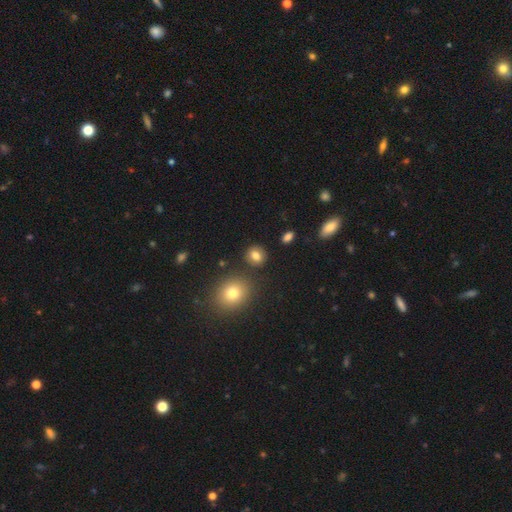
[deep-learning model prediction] Smooth or featured?
  - smooth: 80% *
  - star or artifact: 11%
  - featured or disk: 9%
How rounded?
  - round: 76% *
  - in between: 23%
  - cigar-shaped: 1%
Merging?
  - none: 85% *
  - minor disturbance: 8%
  - merger: 4%
  - major disturbance: 3%